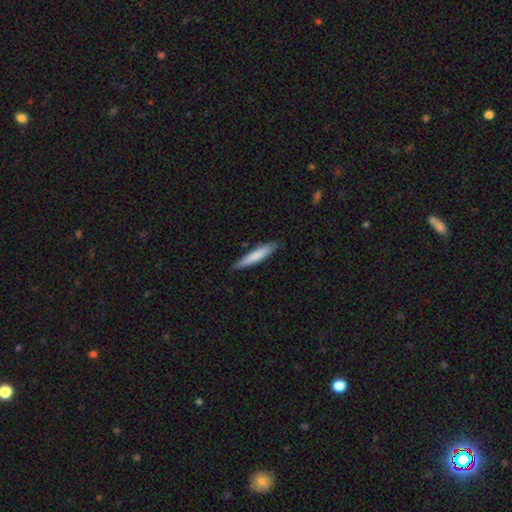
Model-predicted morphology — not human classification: Smooth or featured? Predicted: smooth (p=0.76). How rounded? Predicted: cigar-shaped (p=0.91). Merging? Predicted: none (p=0.87).